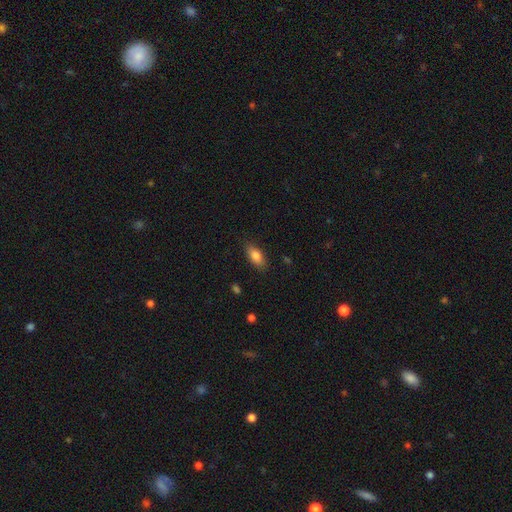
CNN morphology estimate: A smooth galaxy with no disk features (83%) that is in between round and cigar-shaped (85%).

Vote fractions:
- Smooth or featured? smooth: 83% / featured or disk: 9% / star or artifact: 7%
- How rounded? in between: 85% / cigar-shaped: 12% / round: 3%
- Merging? none: 85% / minor disturbance: 11% / major disturbance: 3% / merger: 1%